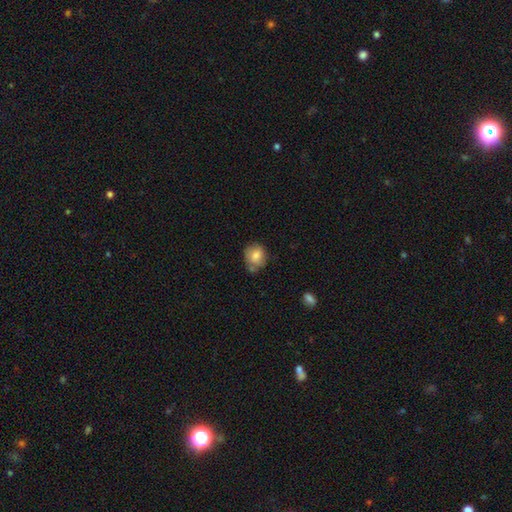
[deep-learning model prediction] smooth_or_featured: smooth (p=0.79) [alt: featured or disk p=0.12]
how_rounded: round (p=0.66) [alt: in between p=0.33]
merging: none (p=0.61) [alt: minor disturbance p=0.24]